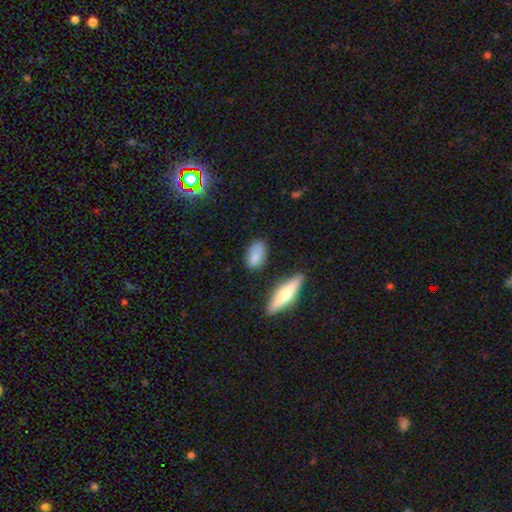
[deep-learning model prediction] smooth 84%, featured or disk 9%, star or artifact 7%. Down the decision tree: how rounded — in between (88%); merging — none (72%).